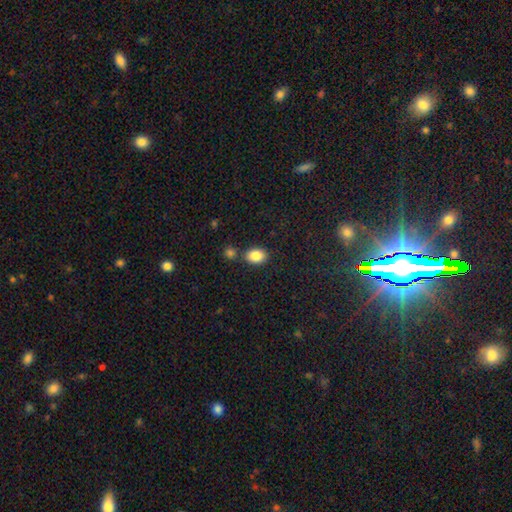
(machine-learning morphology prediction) This appears to be a smooth galaxy with no disk features (86%) that is in between round and cigar-shaped (74%). Merging: none (74%).